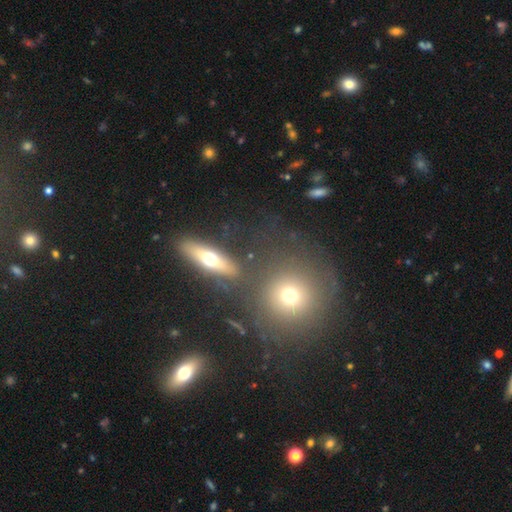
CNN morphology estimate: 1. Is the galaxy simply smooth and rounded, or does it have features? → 44% smooth, 34% featured or disk, 22% star or artifact.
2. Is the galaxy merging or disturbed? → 71% none, 14% merger, 11% minor disturbance, 4% major disturbance.